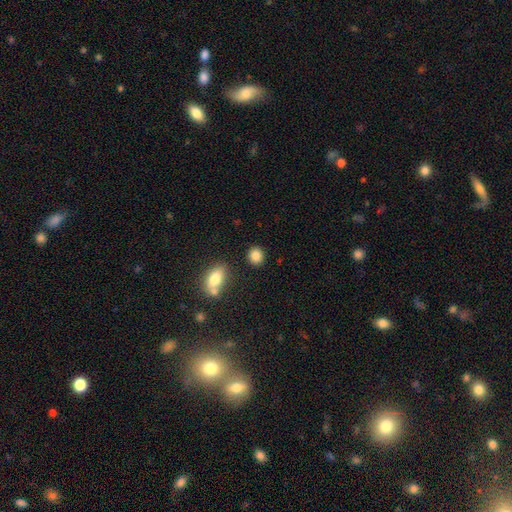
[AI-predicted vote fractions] smooth_or_featured: smooth (p=0.87) [alt: star or artifact p=0.09]
how_rounded: round (p=0.66) [alt: in between p=0.32]
merging: none (p=0.85) [alt: minor disturbance p=0.08]